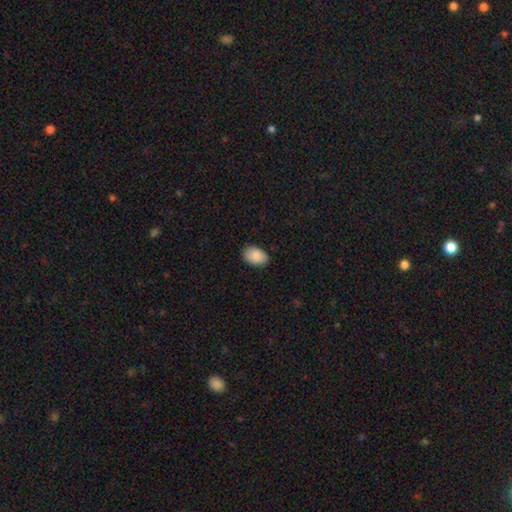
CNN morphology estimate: Smooth or featured: smooth — 89% (star or artifact — 6%)
How rounded: in between — 90% (round — 9%)
Merging: none — 85% (minor disturbance — 12%)